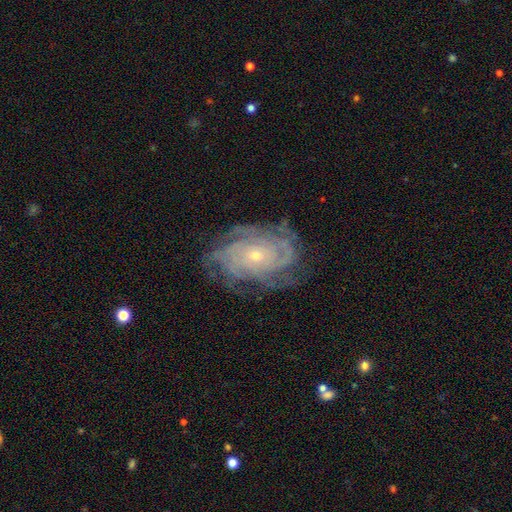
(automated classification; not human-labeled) A featured or disk galaxy (87%) with no bar (80%), tight (73%) spiral arms (96%) and a small central bulge (72%).

Vote fractions:
- Smooth or featured? featured or disk: 87% / smooth: 6% / star or artifact: 6%
- Edge-on disk? no: 96% / yes: 4%
- Bar? no: 80% / weak: 16% / strong: 5%
- Spiral arms? yes: 96% / no: 4%
- Spiral winding? tight: 73% / medium: 22% / loose: 5%
- Spiral arm count? can't tell: 32% / 4: 22% / 3: 14% / more than 4: 14% / 2: 11% / 1: 7%
- Bulge size? small: 72% / moderate: 25% / large: 1% / none: 1% / dominant: 1%
- Merging? none: 73% / minor disturbance: 17% / major disturbance: 8% / merger: 1%